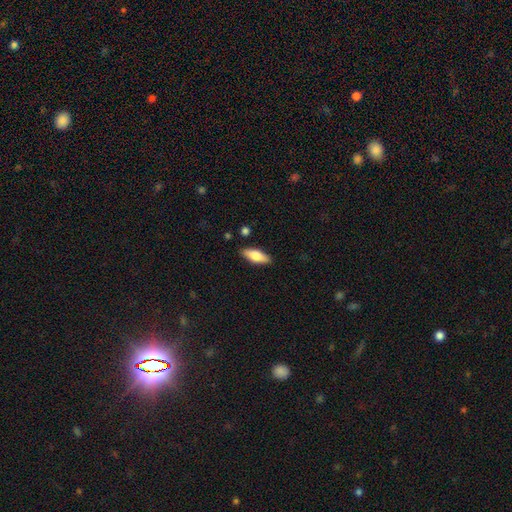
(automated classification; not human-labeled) Smooth or featured?
  - smooth: 72% *
  - featured or disk: 21%
  - star or artifact: 6%
How rounded?
  - in between: 69% *
  - cigar-shaped: 29%
  - round: 2%
Merging?
  - none: 86% *
  - minor disturbance: 10%
  - major disturbance: 2%
  - merger: 2%